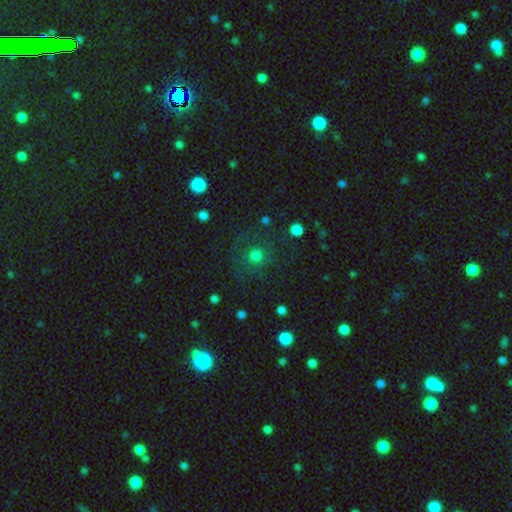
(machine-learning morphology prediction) Smooth or featured?
  - smooth: 57% *
  - featured or disk: 24%
  - star or artifact: 19%
How rounded?
  - round: 90% *
  - in between: 9%
  - cigar-shaped: 1%
Merging?
  - none: 73% *
  - minor disturbance: 13%
  - major disturbance: 11%
  - merger: 2%